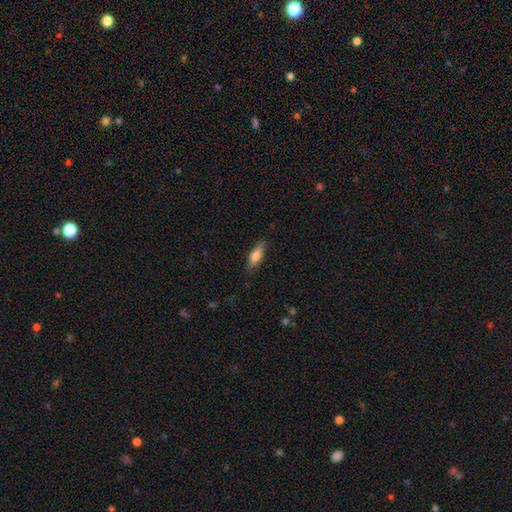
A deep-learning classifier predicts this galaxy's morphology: The model was most divided on "how rounded": in between: 60%, cigar-shaped: 38%, round: 2%. More confident: merging — none (84%); smooth or featured — smooth (73%).